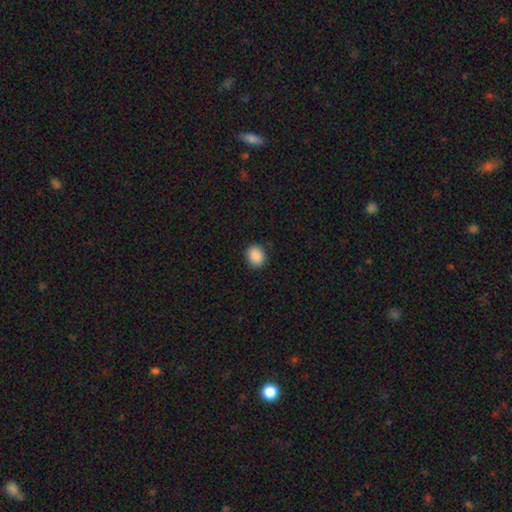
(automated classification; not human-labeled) smooth-or-featured: smooth: 89% | star or artifact: 8% | featured or disk: 3%
  how-rounded: round: 67% | in between: 33% | cigar-shaped: 1%
  merging: none: 89% | minor disturbance: 8% | major disturbance: 2% | merger: 1%